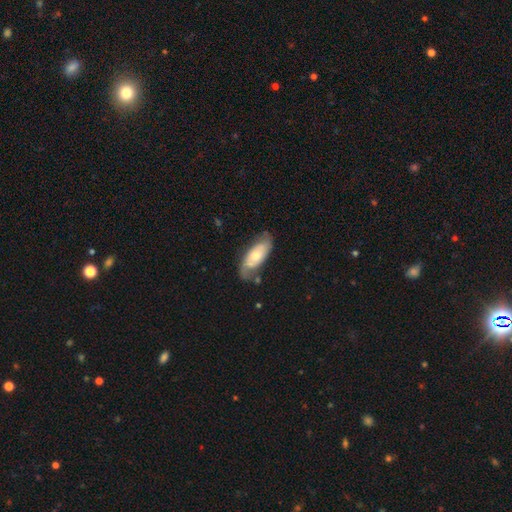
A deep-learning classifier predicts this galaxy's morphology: Overall: featured or disk (52%; smooth 42%). Edge-on disk: no (86%). Merging: none (61%; minor disturbance 26%).